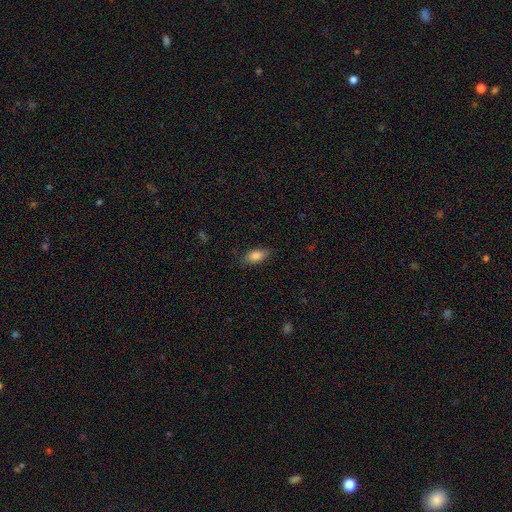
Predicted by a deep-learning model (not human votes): Smooth or featured? Predicted: smooth (p=0.83). How rounded? Predicted: in between (p=0.86). Merging? Predicted: none (p=0.83).